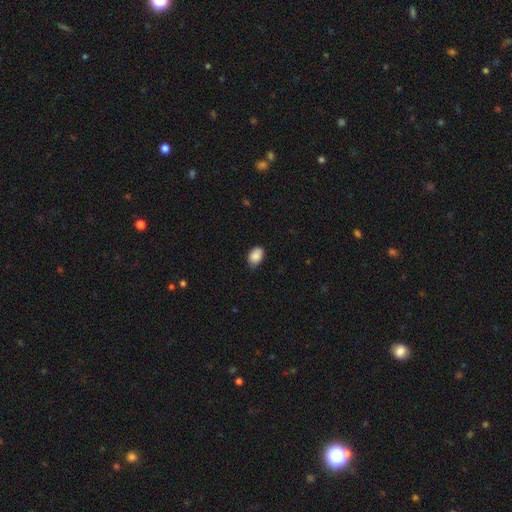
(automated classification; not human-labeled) Overall: smooth (88%). How rounded: in between (80%). Merging: none (72%).